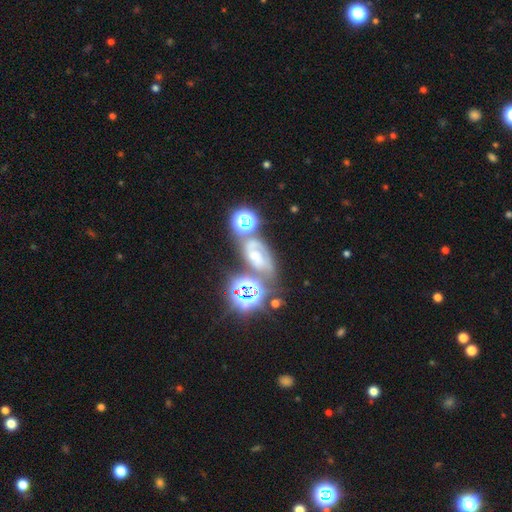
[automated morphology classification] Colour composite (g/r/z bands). It shows a featured or disk galaxy (47%). Merging: none (44%).